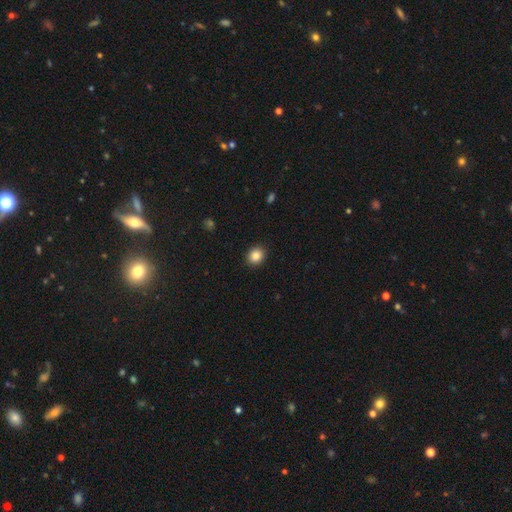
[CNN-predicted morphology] type=smooth (86%); roundness=round (72%); merging=none (90%).